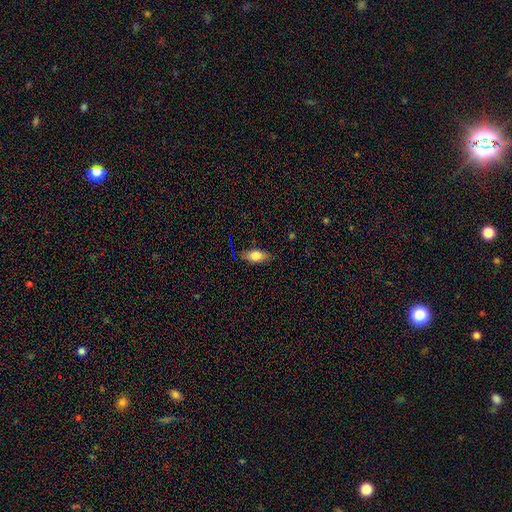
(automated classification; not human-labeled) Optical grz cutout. It shows a smooth galaxy with no disk features (75%) that is in between round and cigar-shaped (81%). Merging: none (79%).